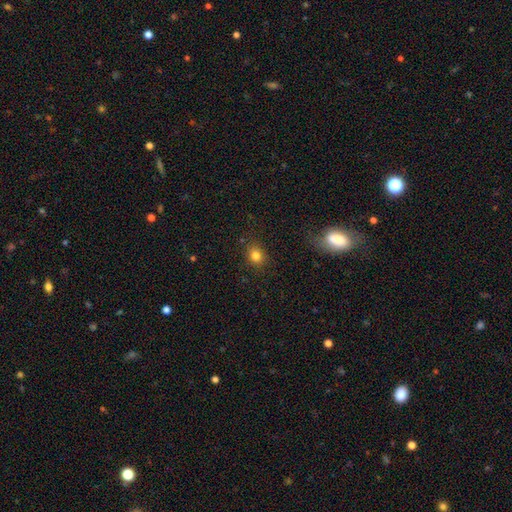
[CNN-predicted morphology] smooth-or-featured: smooth: 81% | star or artifact: 13% | featured or disk: 6%
  how-rounded: round: 67% | in between: 32% | cigar-shaped: 1%
  merging: none: 83% | minor disturbance: 11% | major disturbance: 3% | merger: 2%